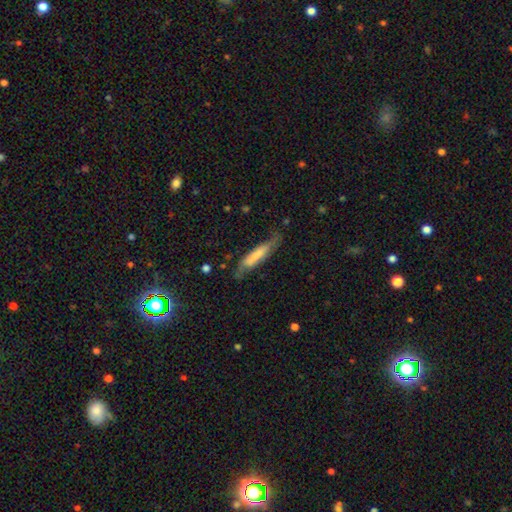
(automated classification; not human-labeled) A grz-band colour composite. It shows a smooth galaxy with no disk features (59%) that is cigar-shaped (83%). Merging: none (61%).